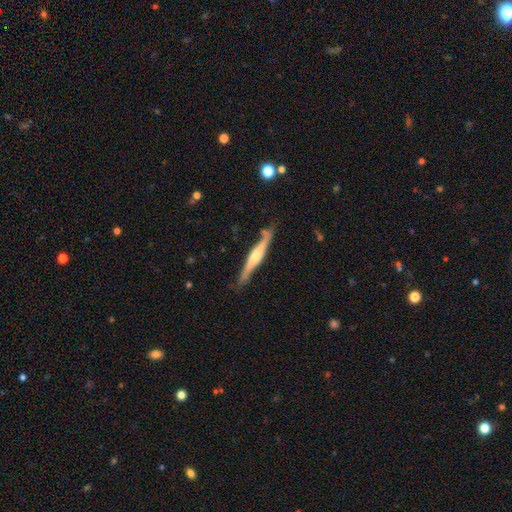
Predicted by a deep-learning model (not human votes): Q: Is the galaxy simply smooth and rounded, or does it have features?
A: featured or disk — 69%.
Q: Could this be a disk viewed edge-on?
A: yes — 93%.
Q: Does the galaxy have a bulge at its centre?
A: rounded — 76%.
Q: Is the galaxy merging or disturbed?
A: none — 75%.